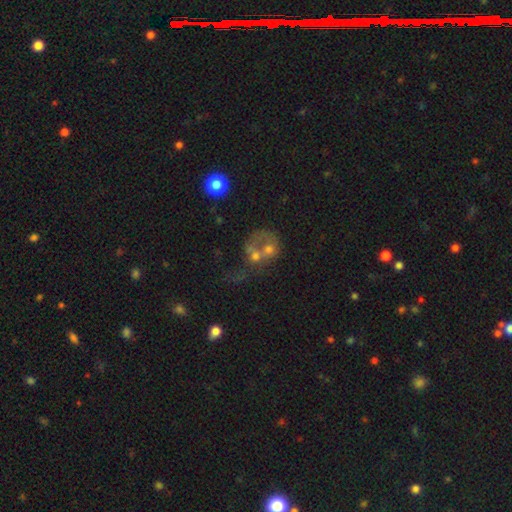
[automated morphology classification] Smooth or featured? Predicted: featured or disk (p=0.45). Merging? Predicted: merger (p=0.58).